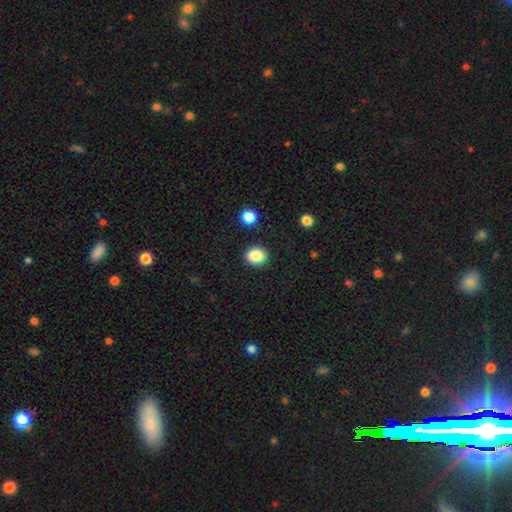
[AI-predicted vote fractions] Morphology: type=smooth (86%); roundness=round (66%); merging=none (89%).